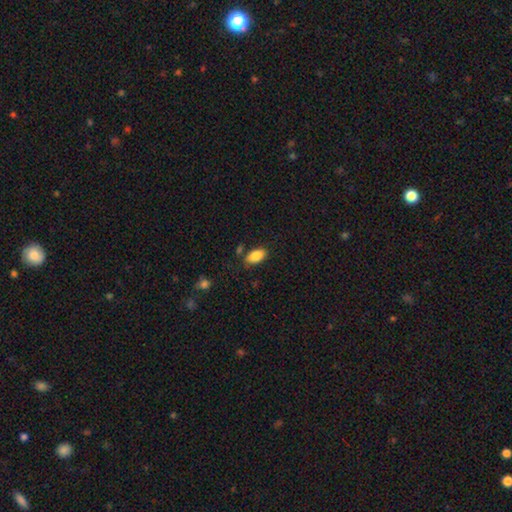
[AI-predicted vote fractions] Smooth or featured: smooth — 86% (star or artifact — 7%)
How rounded: in between — 93% (round — 4%)
Merging: none — 79% (minor disturbance — 14%)